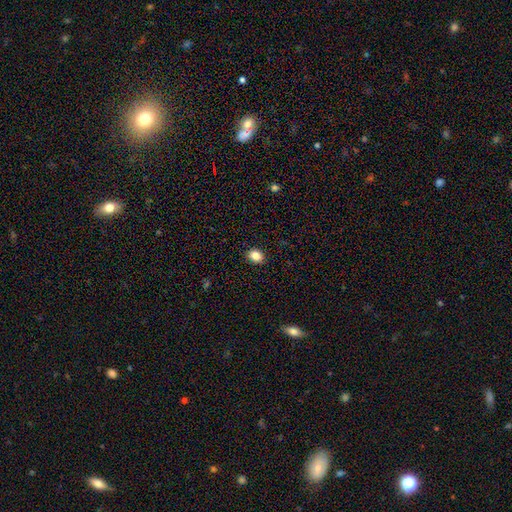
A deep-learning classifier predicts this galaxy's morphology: smooth_or_featured: smooth (p=0.86) [alt: star or artifact p=0.10]
how_rounded: in between (p=0.61) [alt: round p=0.38]
merging: none (p=0.90) [alt: minor disturbance p=0.07]